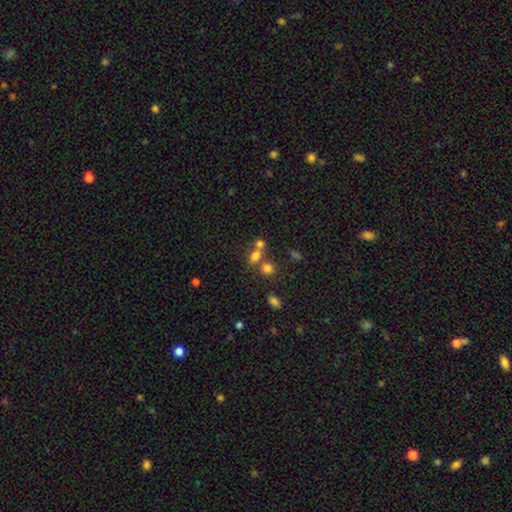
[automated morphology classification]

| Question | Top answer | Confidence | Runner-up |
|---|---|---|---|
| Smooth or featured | smooth | 72% | star or artifact (17%) |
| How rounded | in between | 57% | round (40%) |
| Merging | merger | 45% | none (40%) |